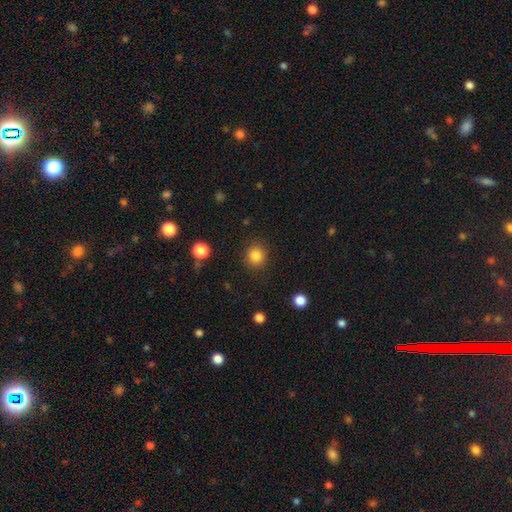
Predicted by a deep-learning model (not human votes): Smooth or featured?
  - smooth: 85% *
  - star or artifact: 11%
  - featured or disk: 5%
How rounded?
  - round: 87% *
  - in between: 12%
  - cigar-shaped: 1%
Merging?
  - none: 88% *
  - minor disturbance: 8%
  - major disturbance: 3%
  - merger: 1%